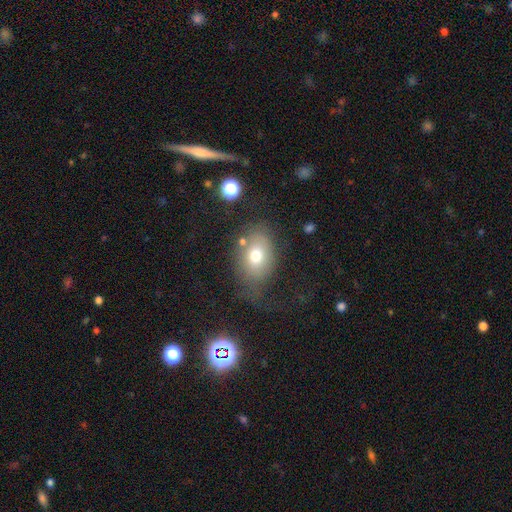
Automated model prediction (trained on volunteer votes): smooth 69%, featured or disk 19%, star or artifact 12%. Down the decision tree: how rounded — in between (69%); merging — none (48%).